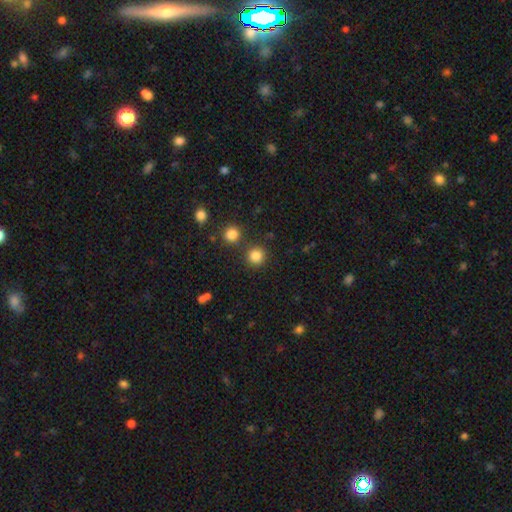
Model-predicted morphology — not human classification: Smooth or featured: smooth — 84% (star or artifact — 12%)
How rounded: round — 93% (in between — 6%)
Merging: none — 85% (merger — 6%)